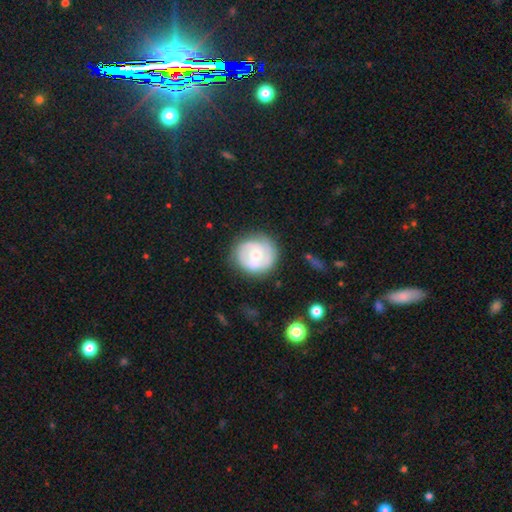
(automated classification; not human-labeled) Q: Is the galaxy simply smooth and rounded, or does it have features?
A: featured or disk — 71%.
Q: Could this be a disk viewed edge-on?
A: no — 98%.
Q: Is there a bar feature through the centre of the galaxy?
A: no — 72%.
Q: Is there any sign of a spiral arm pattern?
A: yes — 87%.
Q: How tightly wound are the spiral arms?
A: tight — 66%.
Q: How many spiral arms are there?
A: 2 — 38%.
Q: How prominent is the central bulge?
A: moderate — 58%.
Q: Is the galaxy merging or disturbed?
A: none — 76%.